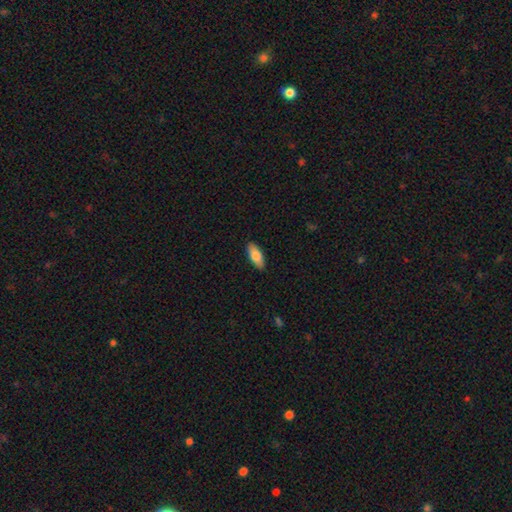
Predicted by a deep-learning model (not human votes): Morphology: type=smooth (82%); roundness=in between (79%); merging=none (89%).